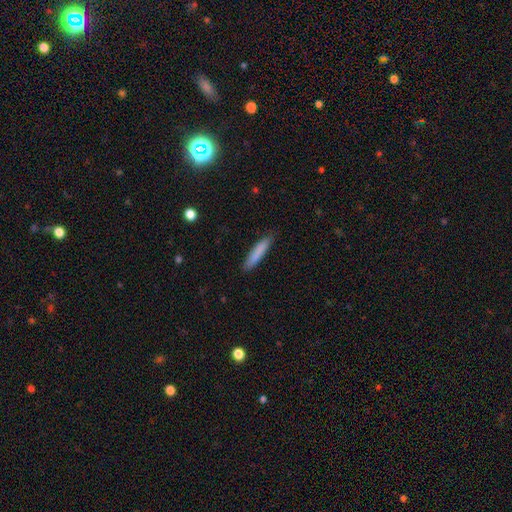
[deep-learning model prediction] smooth-or-featured: smooth: 81% | featured or disk: 13% | star or artifact: 7%
  how-rounded: cigar-shaped: 91% | in between: 8% | round: 1%
  merging: none: 87% | minor disturbance: 10% | major disturbance: 2% | merger: 1%